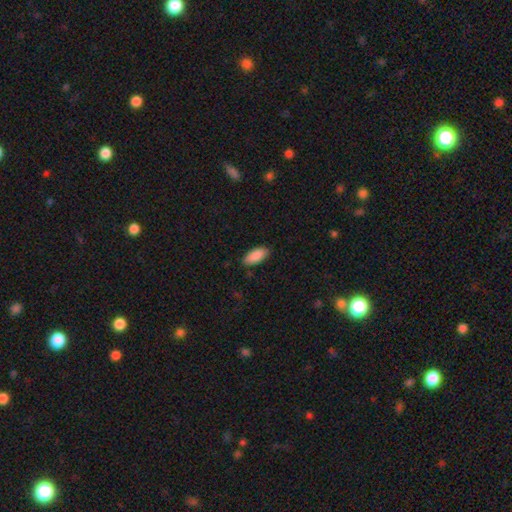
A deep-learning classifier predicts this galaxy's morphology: smooth_or_featured: smooth (p=0.90) [alt: star or artifact p=0.06]
how_rounded: in between (p=0.88) [alt: cigar-shaped p=0.11]
merging: none (p=0.86) [alt: minor disturbance p=0.11]